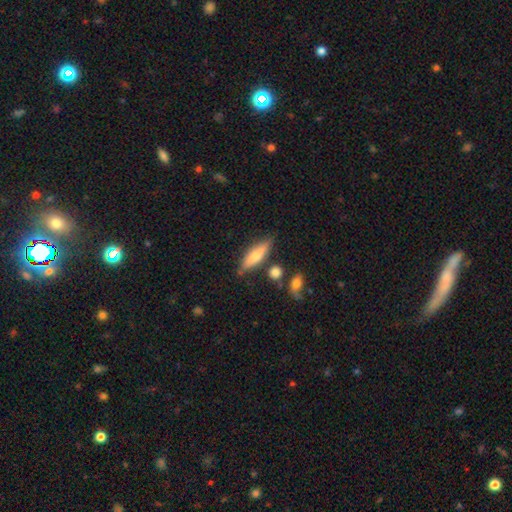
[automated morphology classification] smooth-or-featured: smooth: 58% | featured or disk: 35% | star or artifact: 7%
  how-rounded: cigar-shaped: 68% | in between: 30% | round: 2%
  merging: none: 75% | minor disturbance: 15% | merger: 6% | major disturbance: 4%